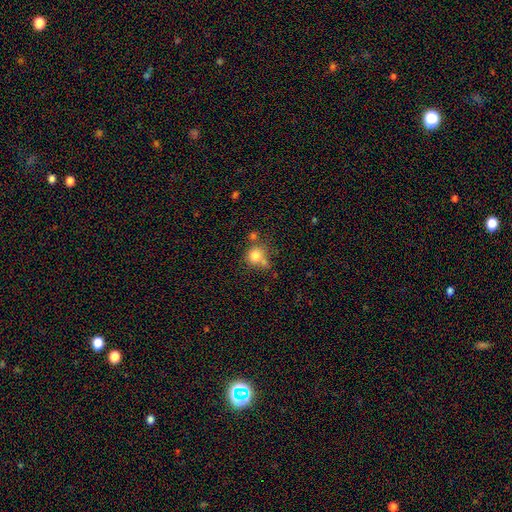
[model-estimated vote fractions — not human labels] A smooth galaxy with no disk features (78%) that is round (82%).

Vote fractions:
- Smooth or featured? smooth: 78% / star or artifact: 12% / featured or disk: 10%
- How rounded? round: 82% / in between: 17% / cigar-shaped: 1%
- Merging? none: 52% / merger: 27% / minor disturbance: 15% / major disturbance: 6%